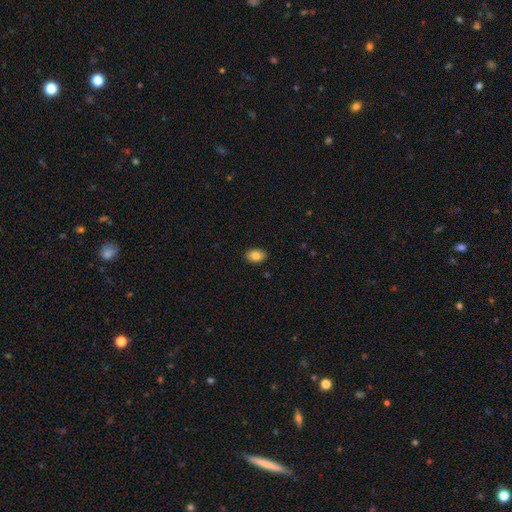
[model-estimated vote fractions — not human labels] This is clearly a smooth galaxy (84%). How rounded: clearly in between (86%). Merging: clearly none (89%).